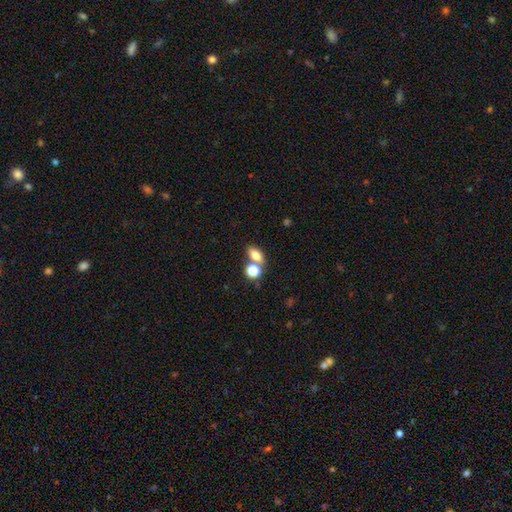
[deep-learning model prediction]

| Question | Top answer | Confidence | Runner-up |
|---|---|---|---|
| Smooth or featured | smooth | 76% | featured or disk (12%) |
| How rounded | in between | 75% | round (20%) |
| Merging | none | 51% | merger (35%) |